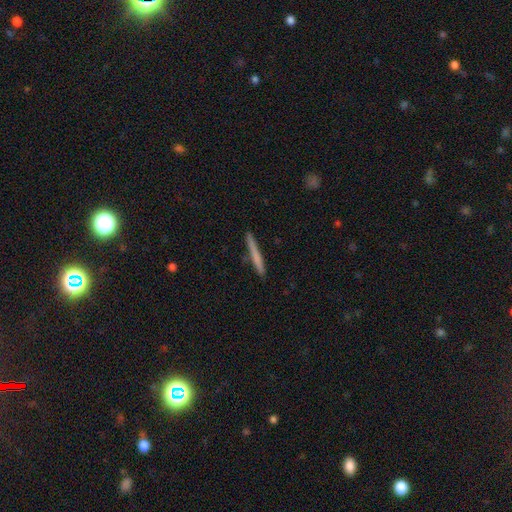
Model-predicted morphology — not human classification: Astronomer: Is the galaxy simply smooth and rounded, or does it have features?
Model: smooth — 65%.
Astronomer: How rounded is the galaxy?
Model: cigar-shaped — 97%.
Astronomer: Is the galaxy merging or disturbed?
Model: none — 89%.